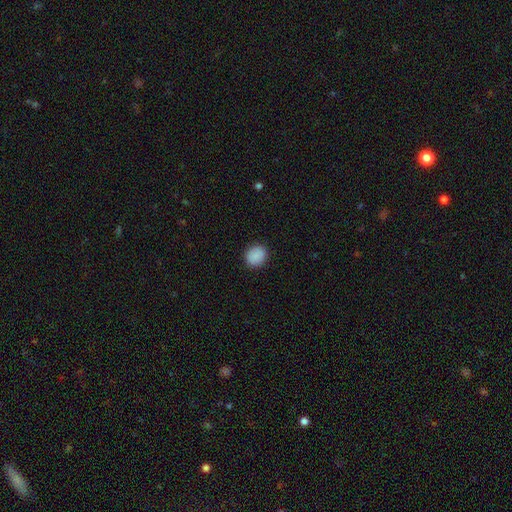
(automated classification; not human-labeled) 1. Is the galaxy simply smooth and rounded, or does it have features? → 89% smooth, 8% star or artifact, 3% featured or disk.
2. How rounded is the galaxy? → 77% round, 22% in between, 1% cigar-shaped.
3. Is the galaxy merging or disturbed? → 90% none, 7% minor disturbance, 2% major disturbance, 1% merger.